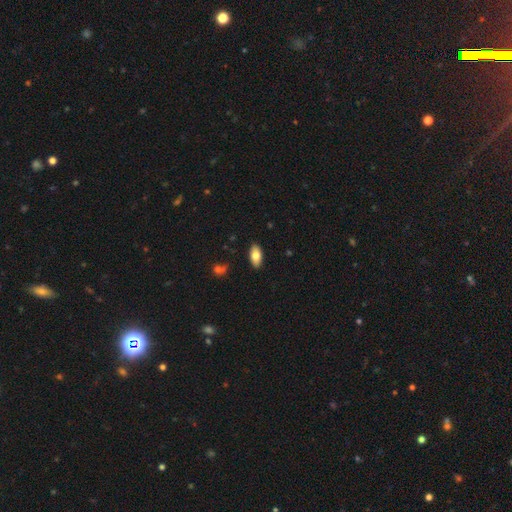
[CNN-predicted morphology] Overall: smooth (79%). How rounded: in between (93%). Merging: none (89%).